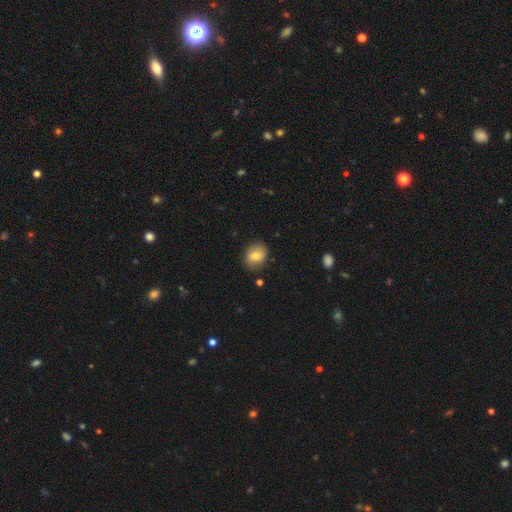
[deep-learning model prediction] This is likely a smooth galaxy (77%). How rounded: possibly round (58%). Merging: likely none (80%).